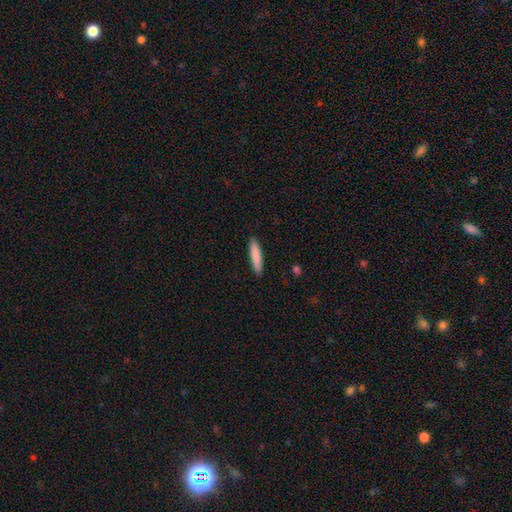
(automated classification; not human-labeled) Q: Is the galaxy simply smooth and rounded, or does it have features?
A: smooth — 85%.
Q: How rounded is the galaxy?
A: cigar-shaped — 84%.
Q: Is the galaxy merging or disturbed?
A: none — 91%.